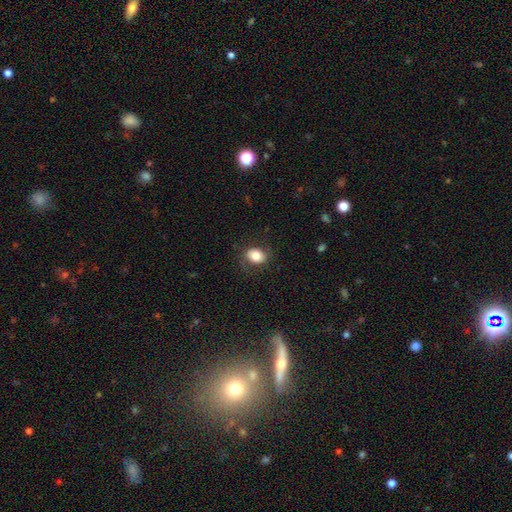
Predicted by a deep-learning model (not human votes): Q: Smooth or featured?
A: smooth (80%); runner-up: featured or disk (12%)
Q: How rounded?
A: in between (64%); runner-up: round (35%)
Q: Merging?
A: none (78%); runner-up: minor disturbance (15%)